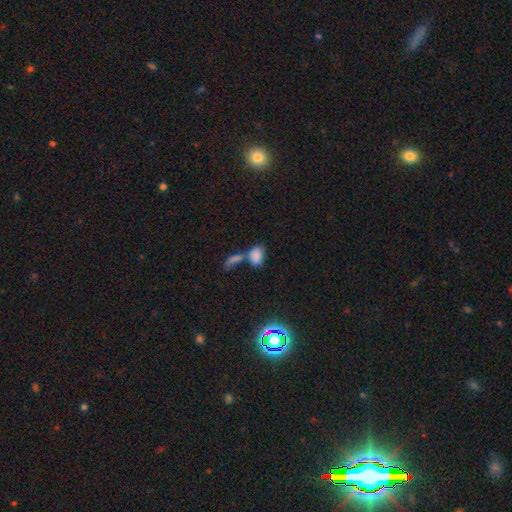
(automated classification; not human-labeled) smooth 80%, star or artifact 11%, featured or disk 9%. Down the decision tree: how rounded — in between (88%); merging — merger (55%).